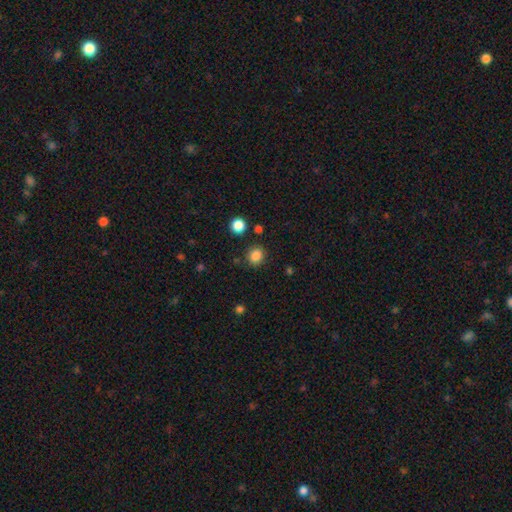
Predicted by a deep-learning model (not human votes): The model was most divided on "how rounded": round: 77%, in between: 23%, cigar-shaped: 1%. More confident: smooth or featured — smooth (84%); merging — none (84%).